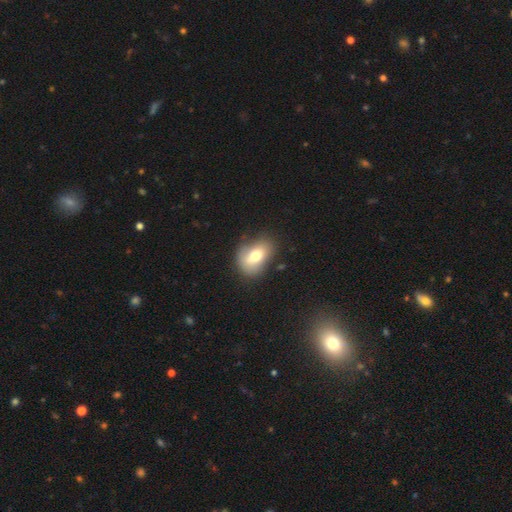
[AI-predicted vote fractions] Overall: smooth (69%). How rounded: in between (79%). Merging: none (61%; minor disturbance 26%).